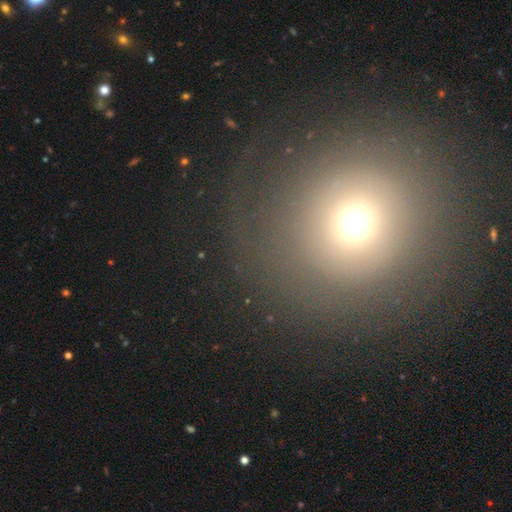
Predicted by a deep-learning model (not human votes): smooth-or-featured: smooth: 56% | star or artifact: 28% | featured or disk: 16%
  how-rounded: round: 91% | in between: 8% | cigar-shaped: 1%
  merging: none: 75% | minor disturbance: 11% | major disturbance: 10% | merger: 4%